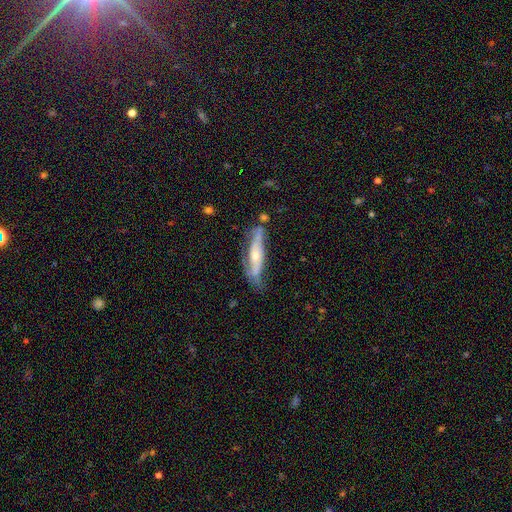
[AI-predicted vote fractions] smooth_or_featured: featured or disk (p=0.64) [alt: smooth p=0.29]
disk_edge_on: yes (p=0.53) [alt: no p=0.47]
merging: none (p=0.56) [alt: minor disturbance p=0.28]